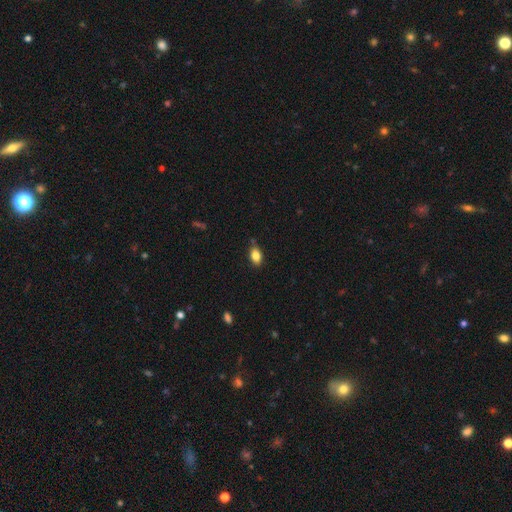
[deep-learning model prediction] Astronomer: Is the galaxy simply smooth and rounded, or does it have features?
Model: smooth — 84%.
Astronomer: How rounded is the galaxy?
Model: in between — 85%.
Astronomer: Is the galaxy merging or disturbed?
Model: none — 78%.